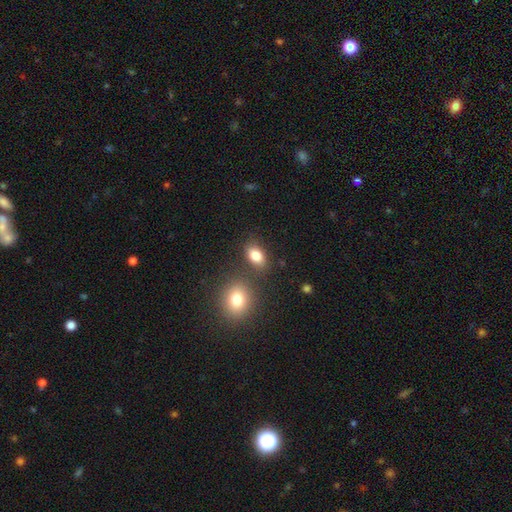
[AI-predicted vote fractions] Smooth or featured?
  - smooth: 83% *
  - star or artifact: 10%
  - featured or disk: 7%
How rounded?
  - in between: 83% *
  - round: 15%
  - cigar-shaped: 2%
Merging?
  - none: 72% *
  - merger: 12%
  - minor disturbance: 12%
  - major disturbance: 4%